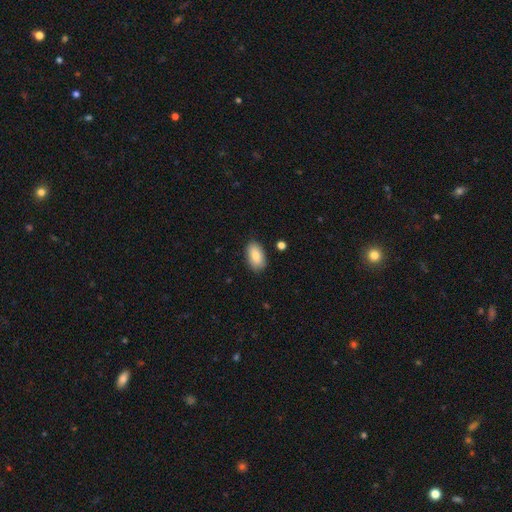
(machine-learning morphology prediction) smooth-or-featured: smooth: 85% | featured or disk: 8% | star or artifact: 7%
  how-rounded: in between: 94% | round: 4% | cigar-shaped: 3%
  merging: none: 86% | minor disturbance: 10% | major disturbance: 2% | merger: 2%